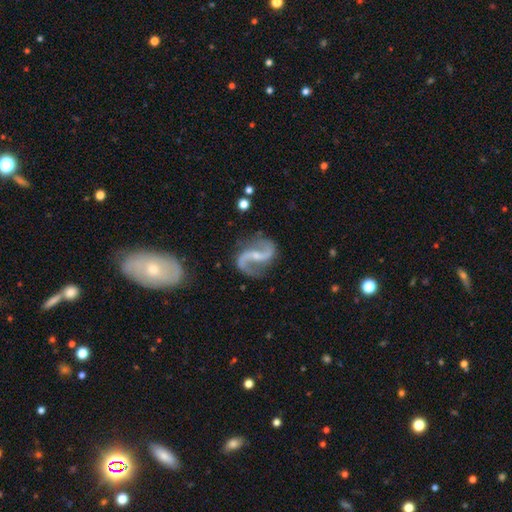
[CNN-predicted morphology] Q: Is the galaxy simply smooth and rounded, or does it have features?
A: featured or disk — 92%.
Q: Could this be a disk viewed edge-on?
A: no — 98%.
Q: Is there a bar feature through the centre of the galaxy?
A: weak — 41%.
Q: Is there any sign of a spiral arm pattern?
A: yes — 98%.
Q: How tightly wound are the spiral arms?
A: loose — 65%.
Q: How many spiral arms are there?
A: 2 — 94%.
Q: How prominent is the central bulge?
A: small — 67%.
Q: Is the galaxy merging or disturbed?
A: none — 80%.